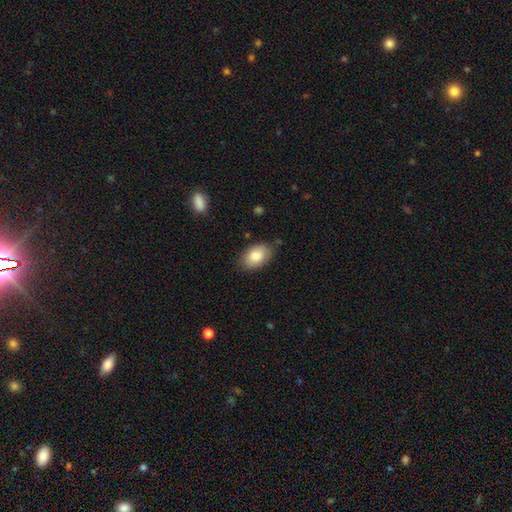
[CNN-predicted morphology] smooth_or_featured: smooth (p=0.84) [alt: featured or disk p=0.09]
how_rounded: in between (p=0.90) [alt: round p=0.09]
merging: none (p=0.81) [alt: minor disturbance p=0.14]